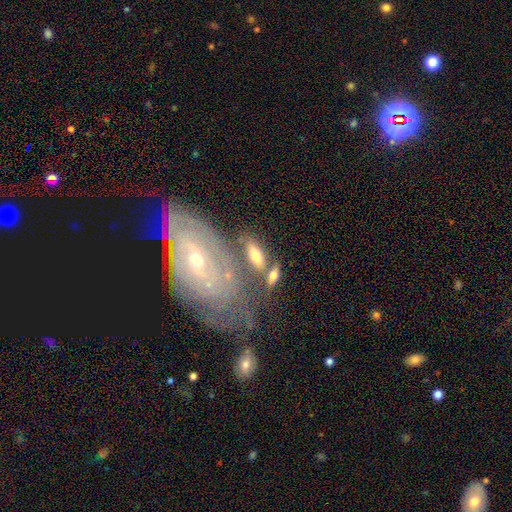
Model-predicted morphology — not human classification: This appears to be a smooth galaxy with no disk features (66%) that is in between round and cigar-shaped (74%). Merging: none (62%).